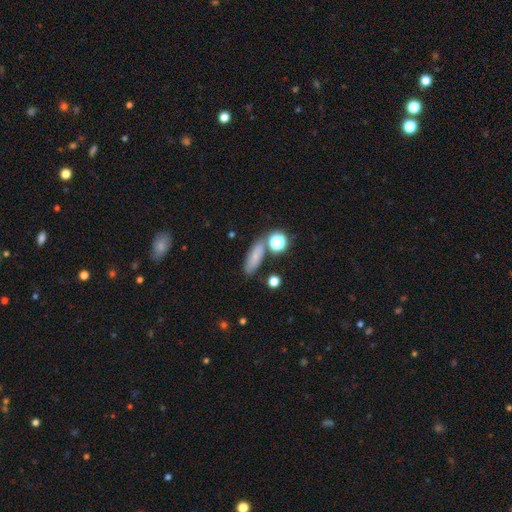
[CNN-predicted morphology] type=smooth (73%); roundness=in between (52%); merging=none (72%).